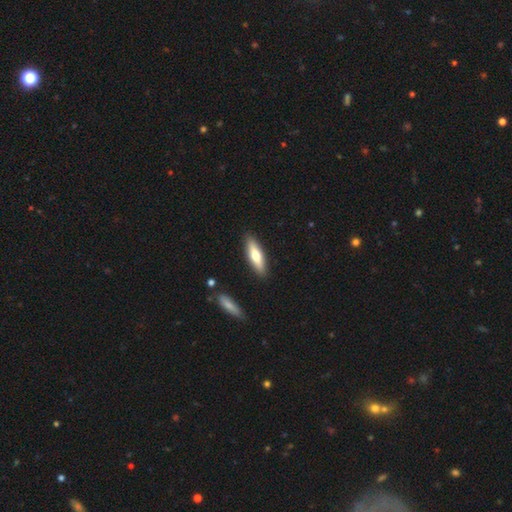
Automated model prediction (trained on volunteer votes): Smooth or featured? smooth (61%)
How rounded? cigar-shaped (60%)
Merging? none (88%)